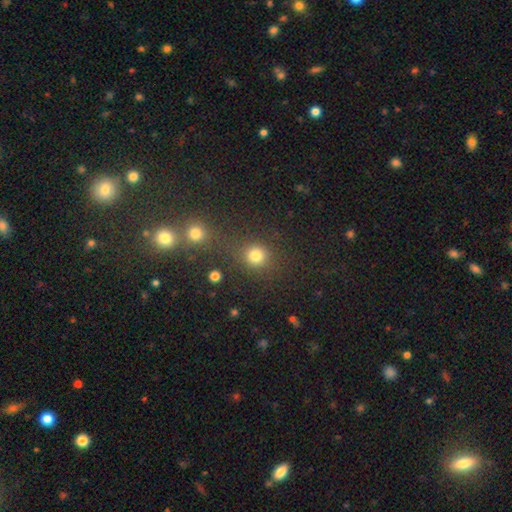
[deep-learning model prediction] Overall: smooth (79%). How rounded: round (89%). Merging: none (66%).